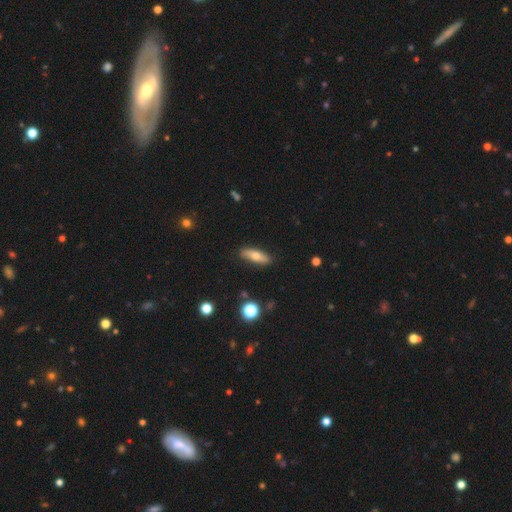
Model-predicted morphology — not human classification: This is likely a smooth galaxy (62%). How rounded: possibly in between (50%). Merging: clearly none (84%).